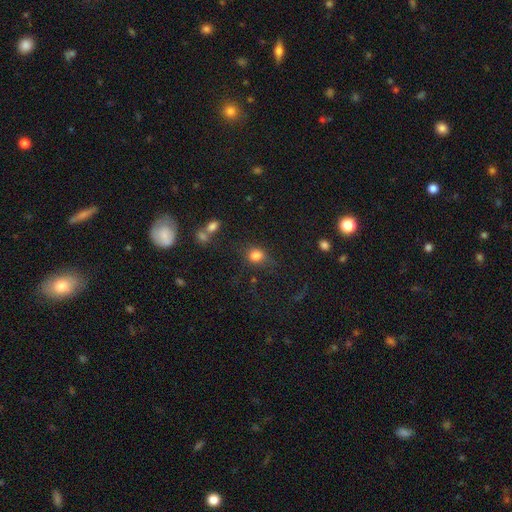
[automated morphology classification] Smooth or featured? smooth (79%)
How rounded? round (61%)
Merging? none (66%)